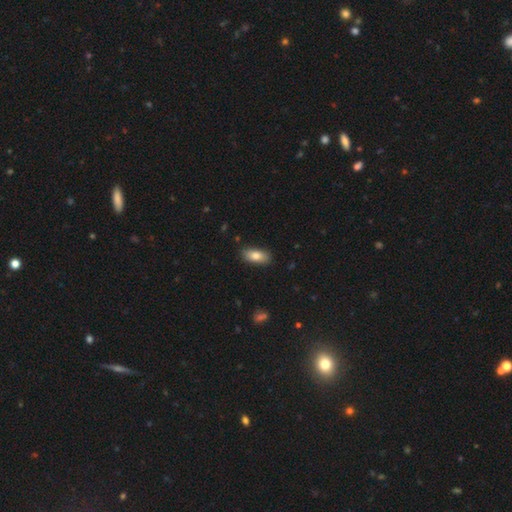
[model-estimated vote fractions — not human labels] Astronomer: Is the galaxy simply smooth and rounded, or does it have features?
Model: smooth — 81%.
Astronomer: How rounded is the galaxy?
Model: in between — 86%.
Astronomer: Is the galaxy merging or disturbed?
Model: none — 86%.